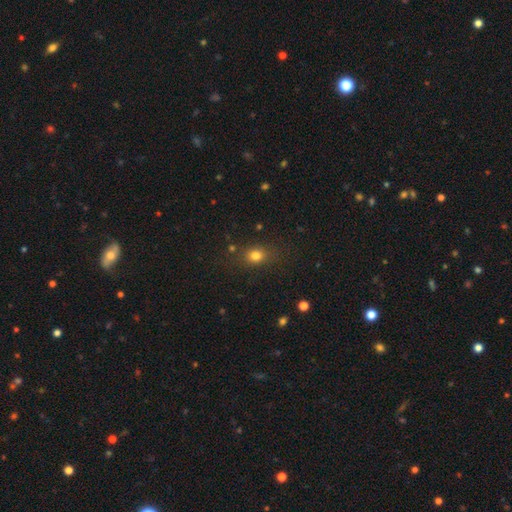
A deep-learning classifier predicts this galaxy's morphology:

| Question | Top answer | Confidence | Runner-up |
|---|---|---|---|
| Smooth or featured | smooth | 78% | star or artifact (14%) |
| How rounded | round | 54% | in between (44%) |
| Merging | none | 78% | minor disturbance (13%) |